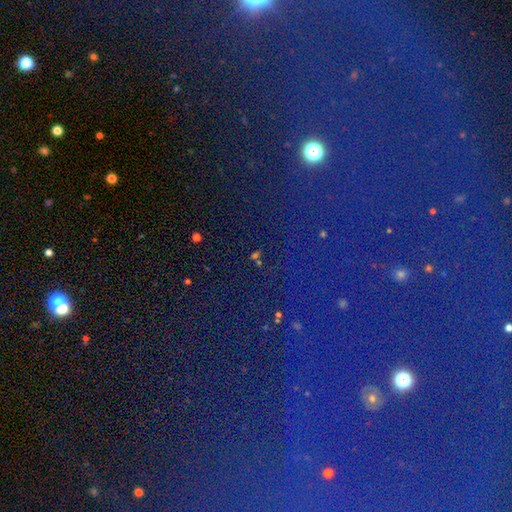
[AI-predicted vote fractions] This appears to be a star or artifact, not a galaxy (77%).